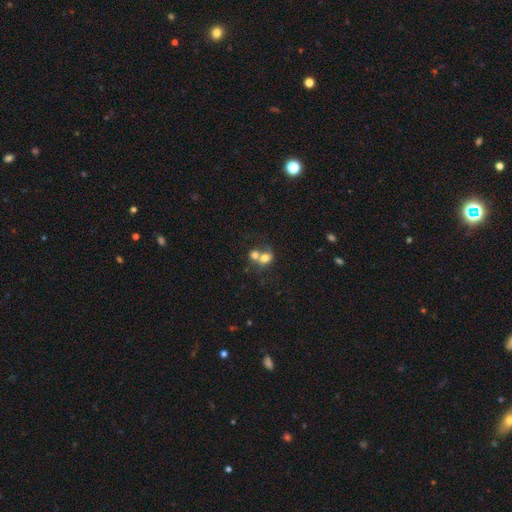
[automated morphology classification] Smooth or featured: smooth — 67% (featured or disk — 22%)
How rounded: round — 63% (in between — 36%)
Merging: merger — 68% (none — 21%)